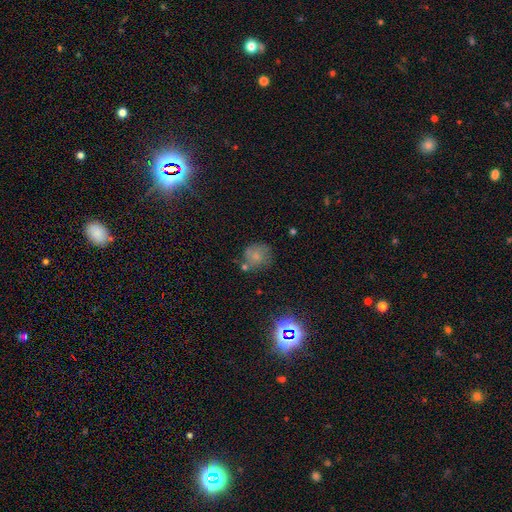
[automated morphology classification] smooth 70%, featured or disk 16%, star or artifact 14%. Down the decision tree: how rounded — round (82%); merging — none (59%).